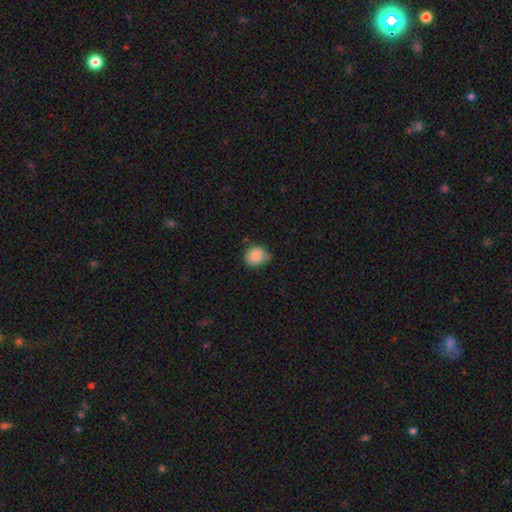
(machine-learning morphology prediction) Smooth or featured: smooth — 85% (star or artifact — 8%)
How rounded: round — 68% (in between — 31%)
Merging: none — 63% (minor disturbance — 30%)